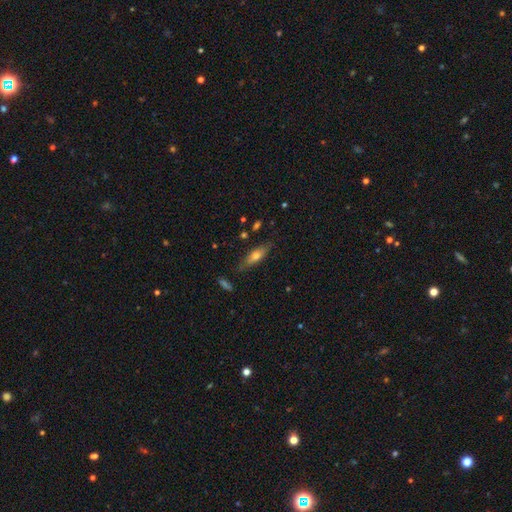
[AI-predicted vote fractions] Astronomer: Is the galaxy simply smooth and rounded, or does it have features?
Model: smooth — 53% (runner-up: featured or disk, 39%).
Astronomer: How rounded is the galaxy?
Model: cigar-shaped — 55% (runner-up: in between, 42%).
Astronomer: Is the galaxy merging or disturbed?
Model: none — 76%.